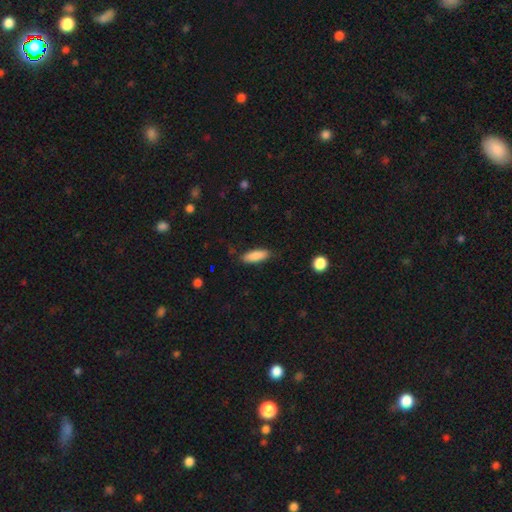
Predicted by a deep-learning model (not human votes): Smooth or featured?
  - smooth: 88% *
  - star or artifact: 7%
  - featured or disk: 6%
How rounded?
  - in between: 60% *
  - cigar-shaped: 39%
  - round: 2%
Merging?
  - none: 84% *
  - minor disturbance: 12%
  - major disturbance: 3%
  - merger: 1%